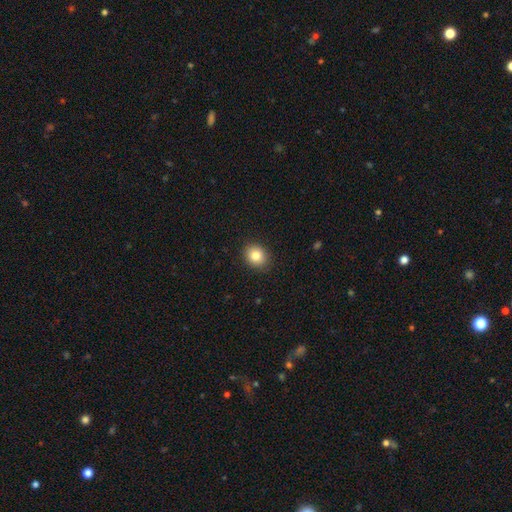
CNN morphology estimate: type=smooth (83%); roundness=round (61%); merging=none (90%).